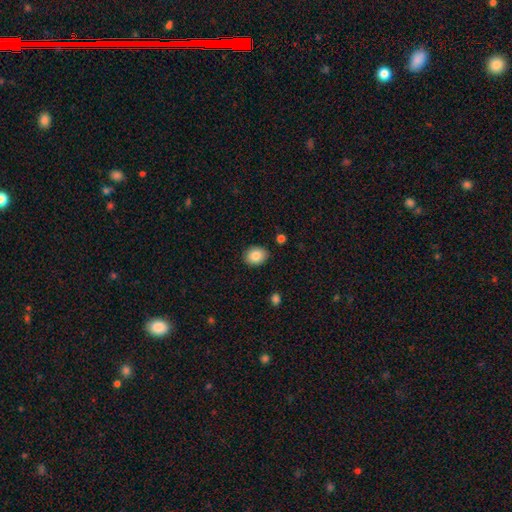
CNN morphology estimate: This is clearly a smooth galaxy (86%). How rounded: possibly round (50%). Merging: clearly none (87%).